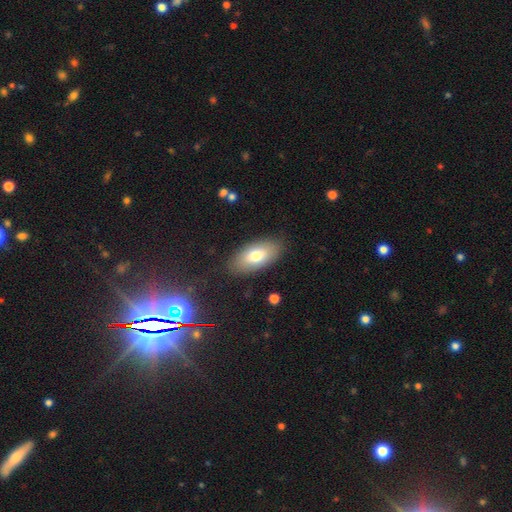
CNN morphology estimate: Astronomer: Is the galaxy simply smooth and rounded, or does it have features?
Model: smooth — 69%.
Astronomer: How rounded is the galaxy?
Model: in between — 91%.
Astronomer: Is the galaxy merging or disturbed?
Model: none — 87%.